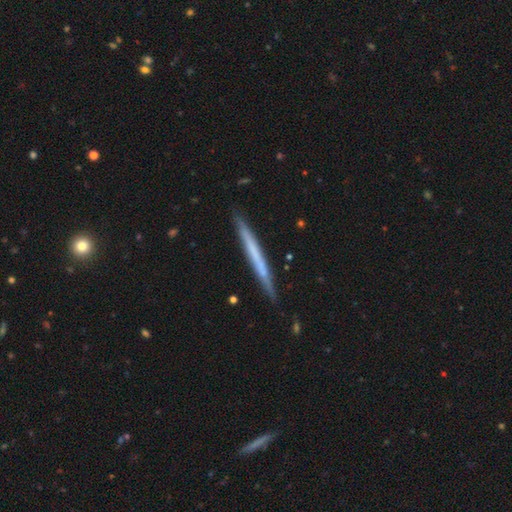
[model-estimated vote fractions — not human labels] Smooth or featured?
  - featured or disk: 48% *
  - smooth: 47%
  - star or artifact: 6%
Merging?
  - none: 89% *
  - minor disturbance: 8%
  - major disturbance: 1%
  - merger: 1%